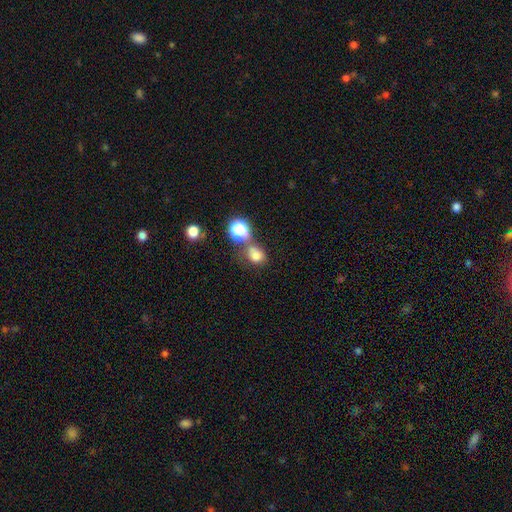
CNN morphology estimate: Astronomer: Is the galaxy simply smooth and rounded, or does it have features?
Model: smooth — 73%.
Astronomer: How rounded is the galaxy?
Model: round — 65%.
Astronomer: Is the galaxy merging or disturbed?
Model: none — 51% (runner-up: merger, 29%).